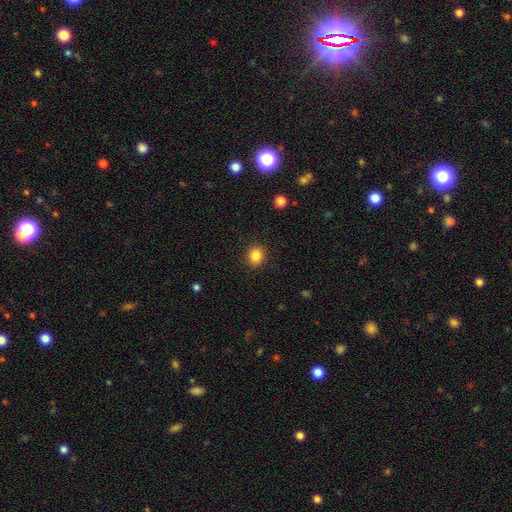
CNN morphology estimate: Smooth or featured?
  - smooth: 86% *
  - star or artifact: 10%
  - featured or disk: 5%
How rounded?
  - round: 69% *
  - in between: 30%
  - cigar-shaped: 1%
Merging?
  - none: 89% *
  - minor disturbance: 7%
  - major disturbance: 2%
  - merger: 1%